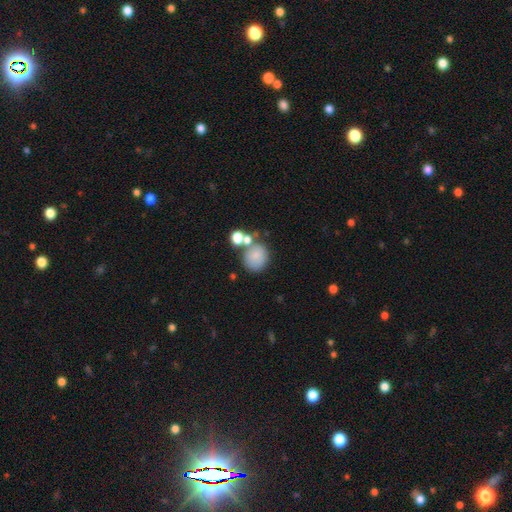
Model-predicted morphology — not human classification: Smooth or featured? Predicted: smooth (p=0.77). How rounded? Predicted: round (p=0.75). Merging? Predicted: none (p=0.55).